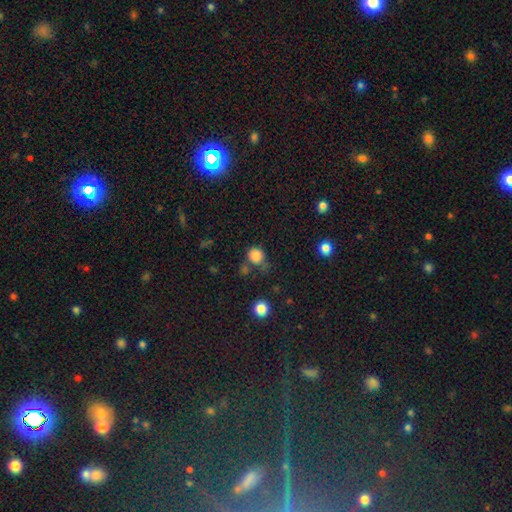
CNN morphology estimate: Smooth or featured?
  - smooth: 83% *
  - star or artifact: 12%
  - featured or disk: 5%
How rounded?
  - round: 82% *
  - in between: 18%
  - cigar-shaped: 1%
Merging?
  - none: 56% *
  - minor disturbance: 24%
  - major disturbance: 11%
  - merger: 9%